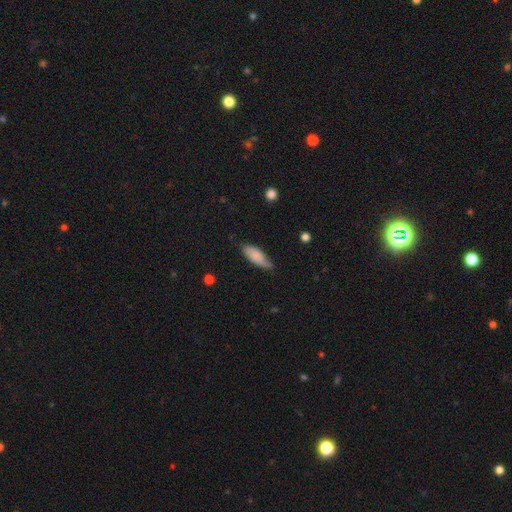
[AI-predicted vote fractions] smooth-or-featured: smooth: 71% | featured or disk: 23% | star or artifact: 7%
  how-rounded: in between: 76% | cigar-shaped: 22% | round: 2%
  merging: none: 54% | minor disturbance: 35% | major disturbance: 9% | merger: 2%